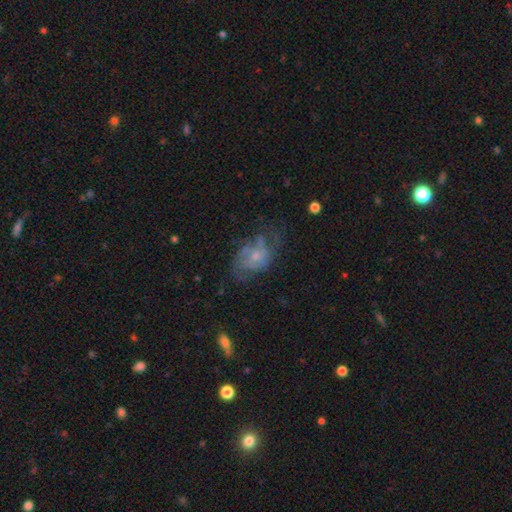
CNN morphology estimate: Smooth or featured? featured or disk (59%)
Edge-on disk? no (96%)
Bar? no (78%)
Spiral arms? yes (63%)
Bulge size? small (56%)
Merging? none (43%)